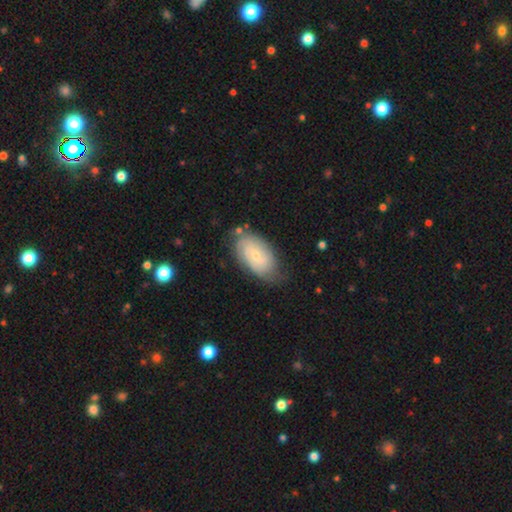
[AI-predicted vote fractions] This is likely a featured or disk galaxy (67%). It is clearly not viewed edge-on (95%). Bar: possibly no (46%). Spiral arm pattern: clearly yes (90%). Spiral arm count: marginally can't tell (39%). Spiral winding: likely tight (62%). Central bulge: likely small (67%). Merging: likely none (67%).